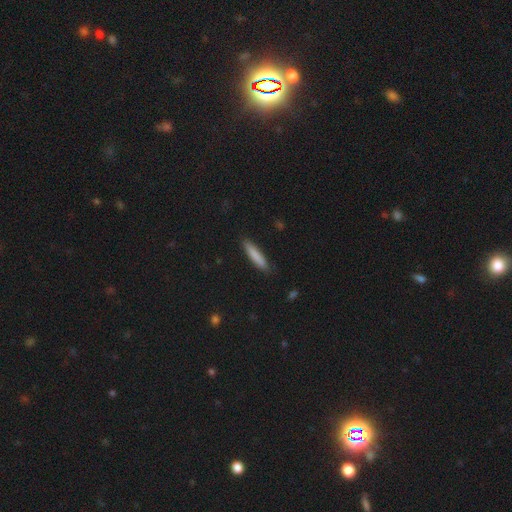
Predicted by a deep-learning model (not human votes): Smooth or featured? smooth (83%)
How rounded? cigar-shaped (87%)
Merging? none (87%)